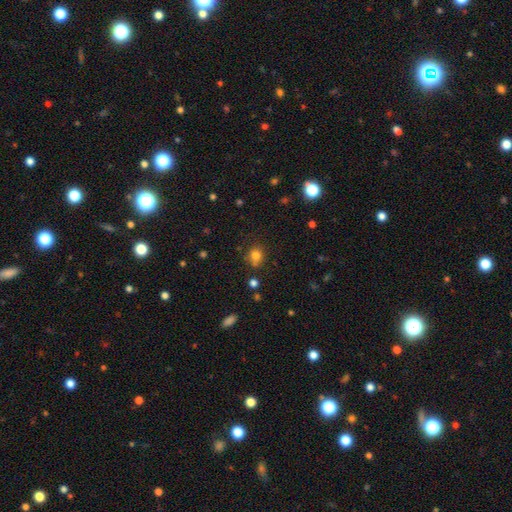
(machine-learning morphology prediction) smooth_or_featured: smooth (p=0.79) [alt: star or artifact p=0.14]
how_rounded: round (p=0.72) [alt: in between p=0.27]
merging: none (p=0.68) [alt: minor disturbance p=0.18]